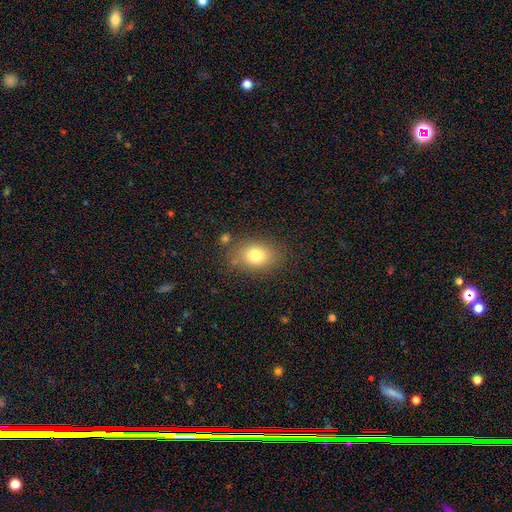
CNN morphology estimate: smooth-or-featured: smooth: 78% | featured or disk: 11% | star or artifact: 11%
  how-rounded: in between: 70% | round: 28% | cigar-shaped: 1%
  merging: none: 80% | minor disturbance: 12% | major disturbance: 4% | merger: 3%